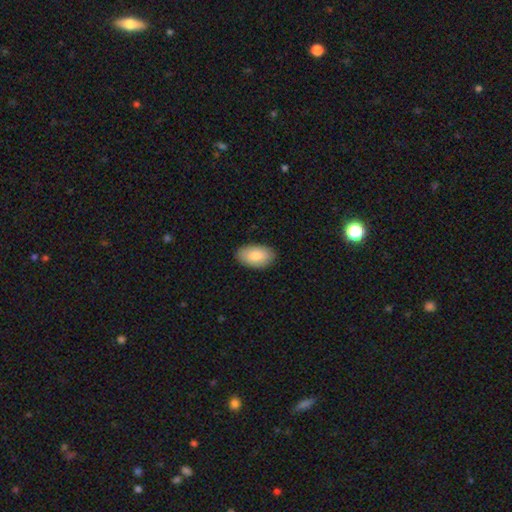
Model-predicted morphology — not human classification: Smooth or featured?
  - smooth: 83% *
  - featured or disk: 11%
  - star or artifact: 6%
How rounded?
  - in between: 94% *
  - round: 4%
  - cigar-shaped: 1%
Merging?
  - none: 87% *
  - minor disturbance: 10%
  - major disturbance: 2%
  - merger: 1%